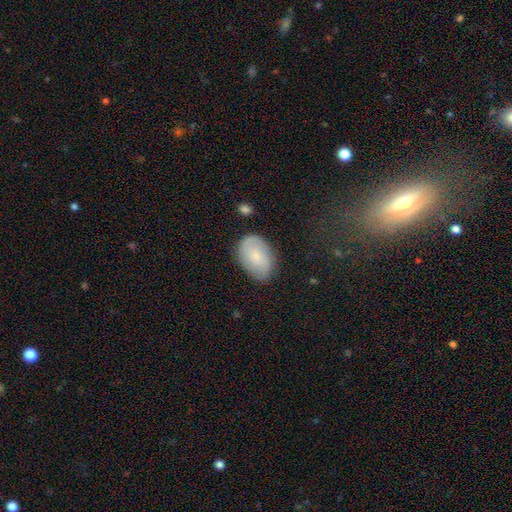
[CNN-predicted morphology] type=smooth (60%); roundness=in between (83%); merging=none (74%).